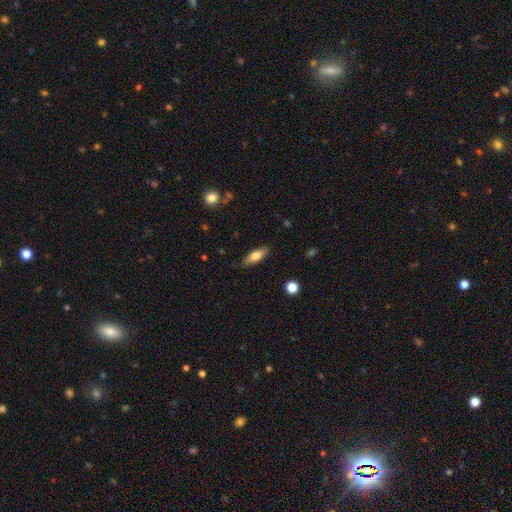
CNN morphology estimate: Overall: smooth (70%). How rounded: in between (62%; cigar-shaped 35%). Merging: none (85%).